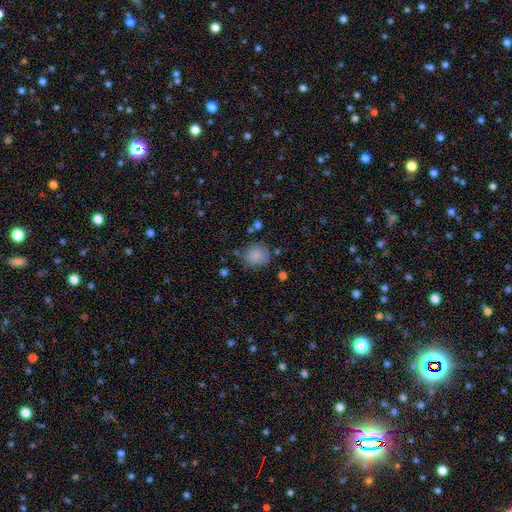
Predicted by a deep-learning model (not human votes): This appears to be a smooth galaxy with no disk features (85%) that is round (82%). Merging: none (75%).